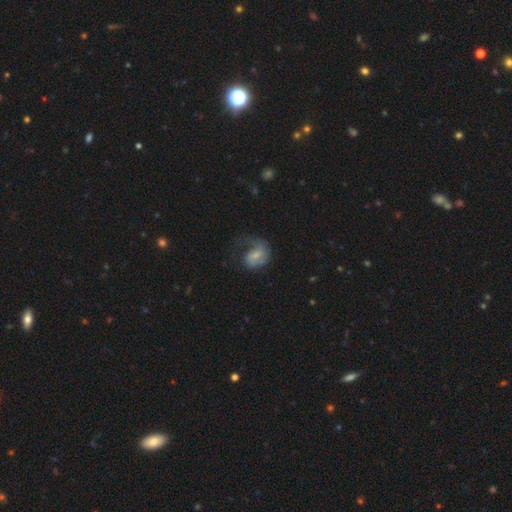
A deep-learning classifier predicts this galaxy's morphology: The model was most divided on "merging": major disturbance: 41%, none: 34%, minor disturbance: 23%, merger: 2%. Remaining: edge-on disk — no (97%); spiral arms — yes (81%); smooth or featured — featured or disk (55%); bar — no (51%); bulge size — small (48%).